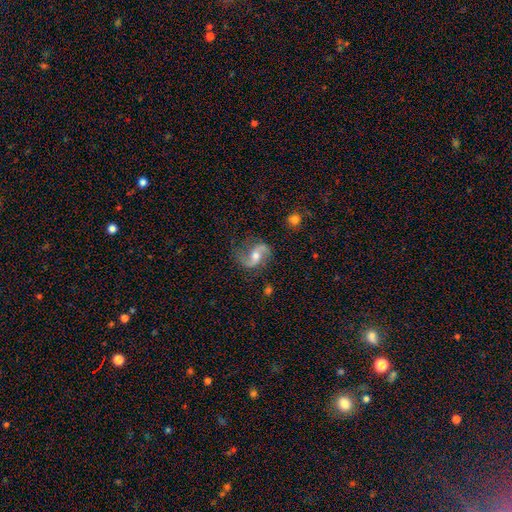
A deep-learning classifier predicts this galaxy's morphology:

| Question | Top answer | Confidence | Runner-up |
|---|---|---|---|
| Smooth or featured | featured or disk | 86% | smooth (8%) |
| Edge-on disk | no | 97% | yes (3%) |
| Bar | no | 46% | weak (38%) |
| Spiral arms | yes | 96% | no (4%) |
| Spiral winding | loose | 64% | medium (29%) |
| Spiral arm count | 2 | 93% | 1 (2%) |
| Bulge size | moderate | 66% | small (25%) |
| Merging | none | 75% | minor disturbance (16%) |